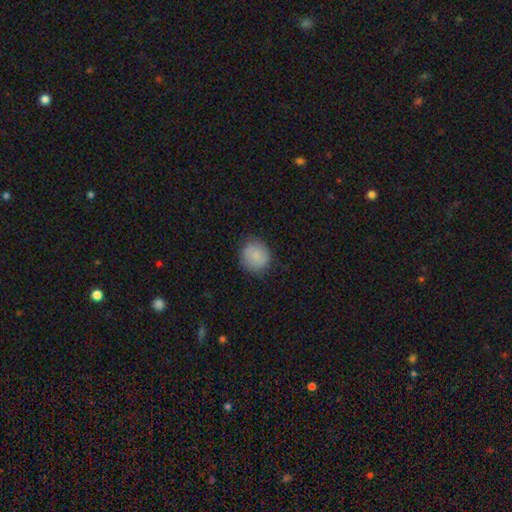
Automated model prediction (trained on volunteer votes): Overall: smooth (82%). How rounded: round (84%). Merging: none (83%).